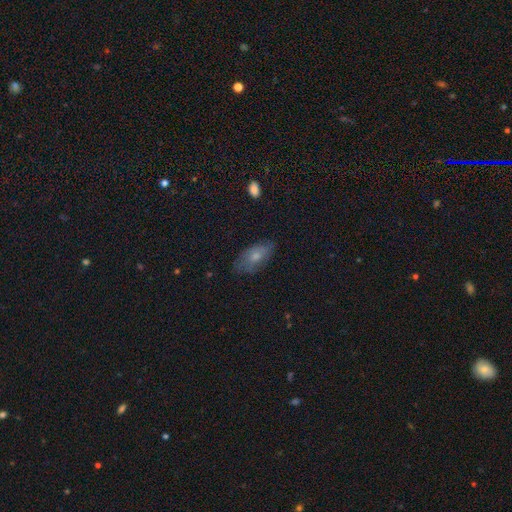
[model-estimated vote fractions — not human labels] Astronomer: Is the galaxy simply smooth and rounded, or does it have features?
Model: smooth — 68%.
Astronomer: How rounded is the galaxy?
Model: in between — 88%.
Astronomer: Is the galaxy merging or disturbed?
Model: none — 69%.